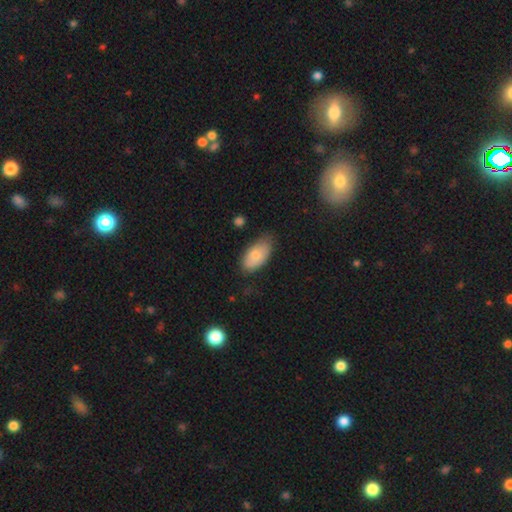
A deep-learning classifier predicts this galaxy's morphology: Overall: smooth (76%). How rounded: in between (94%). Merging: none (64%; minor disturbance 29%).